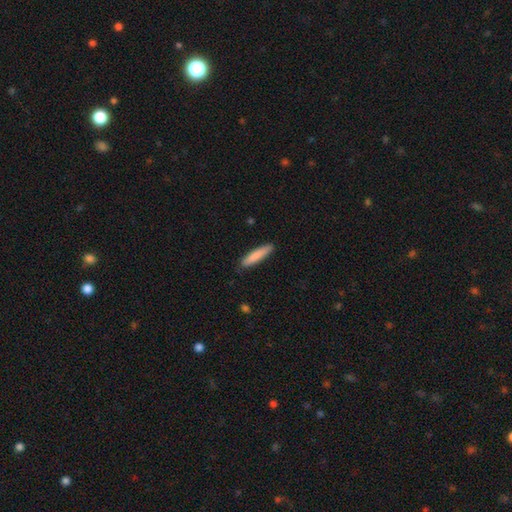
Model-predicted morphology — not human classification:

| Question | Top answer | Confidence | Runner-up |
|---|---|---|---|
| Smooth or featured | smooth | 84% | featured or disk (11%) |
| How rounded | cigar-shaped | 85% | in between (13%) |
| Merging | none | 86% | minor disturbance (11%) |